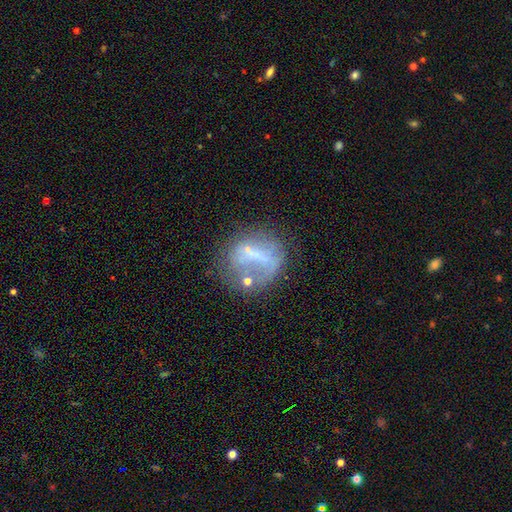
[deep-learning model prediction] smooth-or-featured: featured or disk: 48% | smooth: 37% | star or artifact: 14%
  merging: none: 44% | major disturbance: 25% | minor disturbance: 20% | merger: 11%